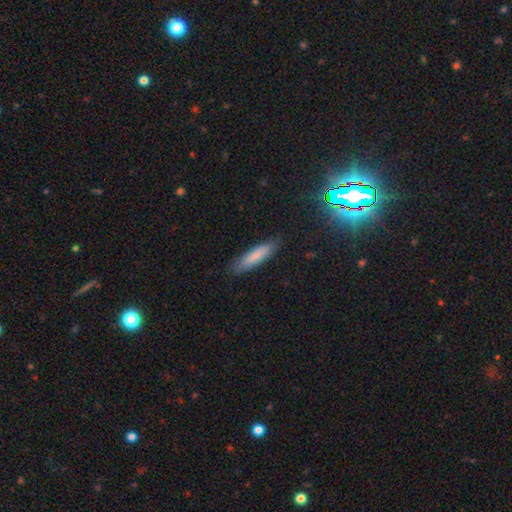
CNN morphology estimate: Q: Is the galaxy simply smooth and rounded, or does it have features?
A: smooth — 80%.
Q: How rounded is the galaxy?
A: cigar-shaped — 76%.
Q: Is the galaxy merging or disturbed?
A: none — 84%.